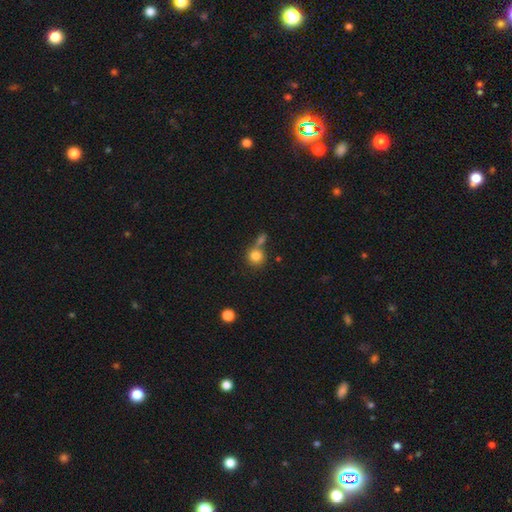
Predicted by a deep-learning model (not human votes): Smooth or featured? Predicted: smooth (p=0.82). How rounded? Predicted: round (p=0.89). Merging? Predicted: none (p=0.53).